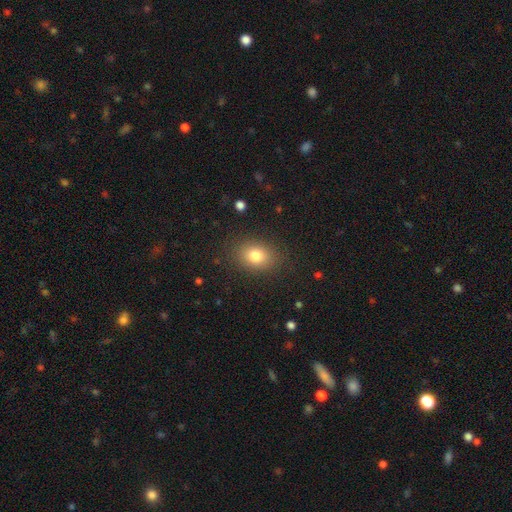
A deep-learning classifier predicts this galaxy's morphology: A smooth galaxy with no disk features (80%) that is in between round and cigar-shaped (65%).

Vote fractions:
- Smooth or featured? smooth: 80% / star or artifact: 11% / featured or disk: 9%
- How rounded? in between: 65% / round: 34% / cigar-shaped: 1%
- Merging? none: 85% / minor disturbance: 10% / major disturbance: 4% / merger: 1%